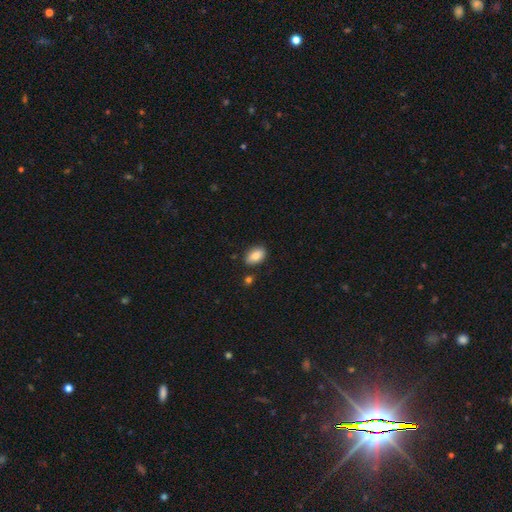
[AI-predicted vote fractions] Smooth or featured: smooth — 84% (featured or disk — 8%)
How rounded: in between — 91% (round — 7%)
Merging: none — 83% (minor disturbance — 11%)